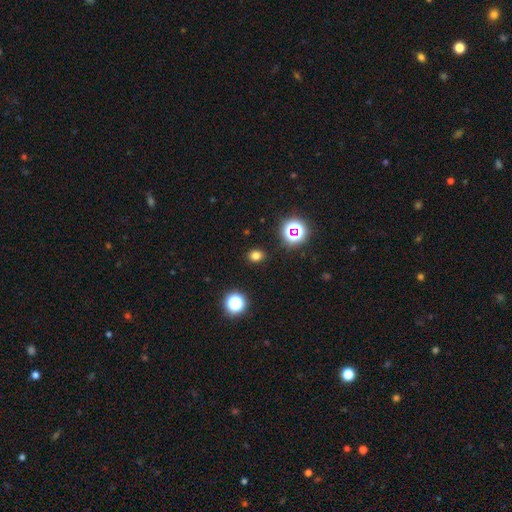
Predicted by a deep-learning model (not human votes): Smooth or featured? smooth (77%)
How rounded? round (60%)
Merging? none (89%)